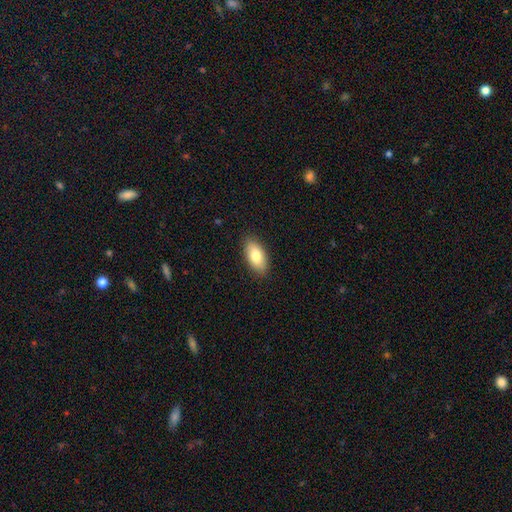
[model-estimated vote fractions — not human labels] Smooth or featured? smooth (81%)
How rounded? in between (91%)
Merging? none (88%)